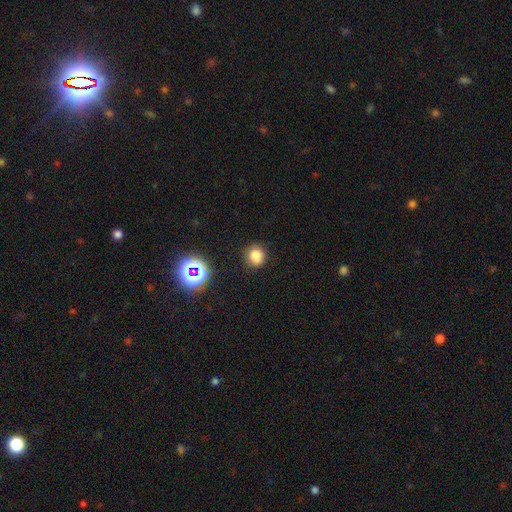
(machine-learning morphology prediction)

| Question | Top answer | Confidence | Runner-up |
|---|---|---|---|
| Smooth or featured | smooth | 79% | star or artifact (16%) |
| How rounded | round | 83% | in between (16%) |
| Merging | none | 87% | minor disturbance (9%) |